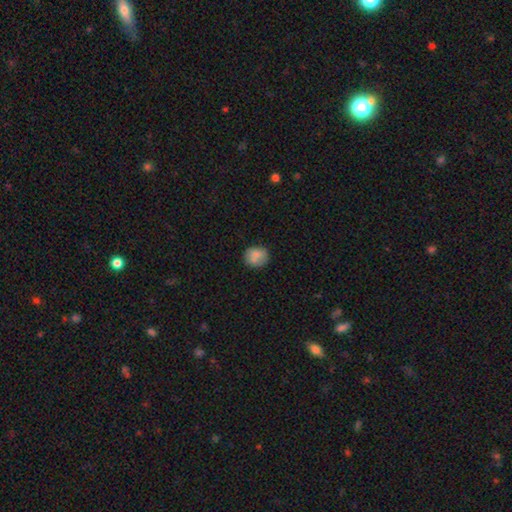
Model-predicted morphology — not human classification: Smooth or featured?
  - smooth: 79% *
  - featured or disk: 12%
  - star or artifact: 9%
How rounded?
  - round: 81% *
  - in between: 18%
  - cigar-shaped: 1%
Merging?
  - none: 77% *
  - minor disturbance: 17%
  - major disturbance: 4%
  - merger: 3%